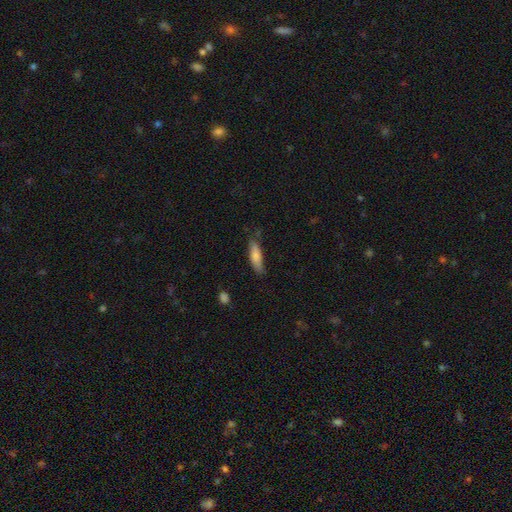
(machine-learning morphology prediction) This is likely a smooth galaxy (77%). How rounded: likely cigar-shaped (63%). Merging: likely none (74%).